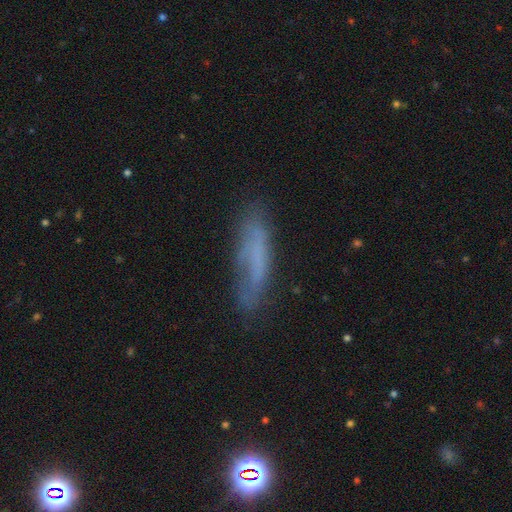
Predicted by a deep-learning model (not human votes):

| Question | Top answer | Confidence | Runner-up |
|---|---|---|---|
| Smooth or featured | smooth | 56% | featured or disk (33%) |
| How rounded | cigar-shaped | 76% | in between (22%) |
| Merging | none | 65% | minor disturbance (24%) |